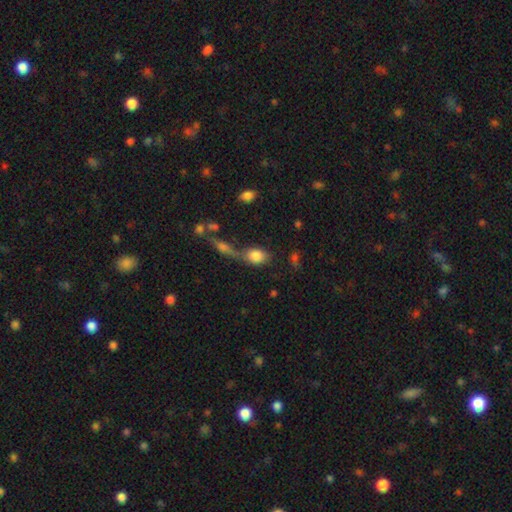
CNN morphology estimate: Smooth or featured? Predicted: smooth (p=0.81). How rounded? Predicted: in between (p=0.77). Merging? Predicted: none (p=0.46).